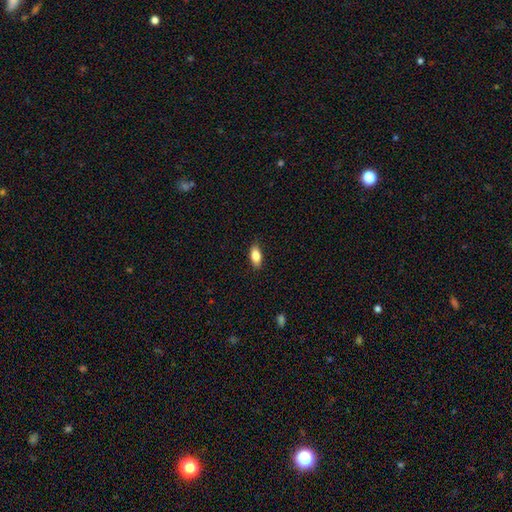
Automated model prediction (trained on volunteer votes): Smooth or featured?
  - smooth: 82% *
  - featured or disk: 11%
  - star or artifact: 7%
How rounded?
  - in between: 86% *
  - cigar-shaped: 11%
  - round: 4%
Merging?
  - none: 85% *
  - minor disturbance: 12%
  - major disturbance: 2%
  - merger: 1%